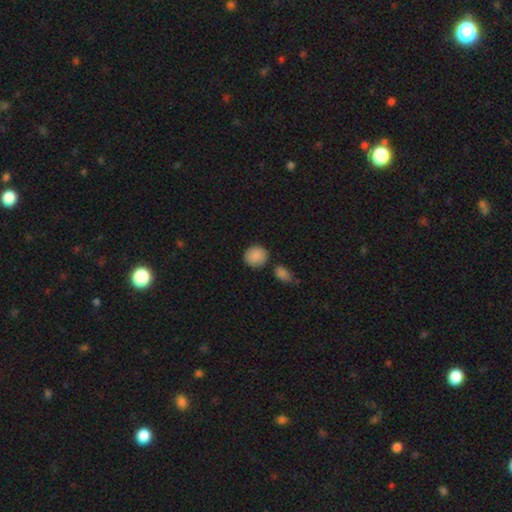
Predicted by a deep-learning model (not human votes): smooth 88%, star or artifact 7%, featured or disk 4%. Down the decision tree: how rounded — round (81%); merging — none (77%).